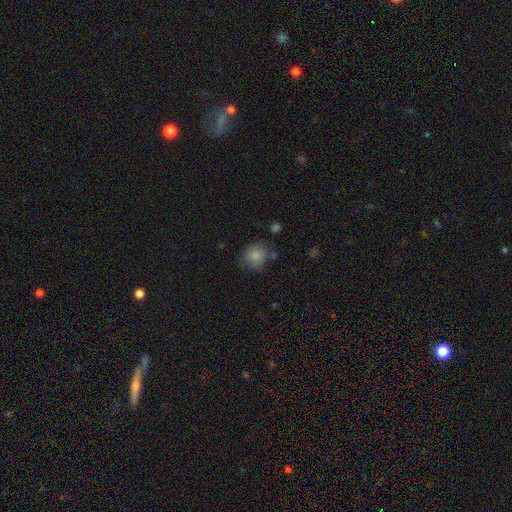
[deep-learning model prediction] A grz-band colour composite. It shows a smooth galaxy with no disk features (84%) that is round (80%). Merging: none (72%).